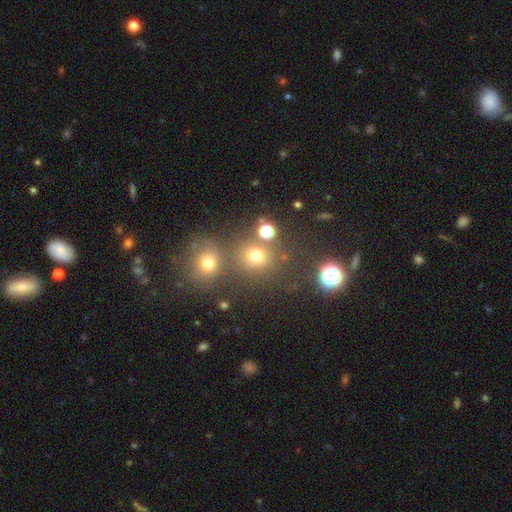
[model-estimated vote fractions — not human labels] Overall: smooth (69%). How rounded: round (86%). Merging: none (70%).